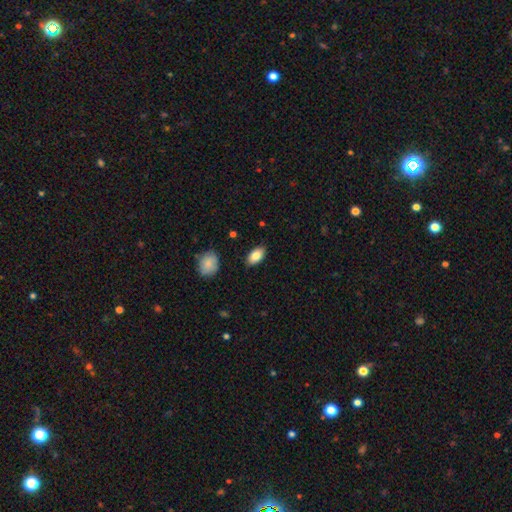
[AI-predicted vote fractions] Overall: smooth (84%). How rounded: in between (93%). Merging: none (86%).